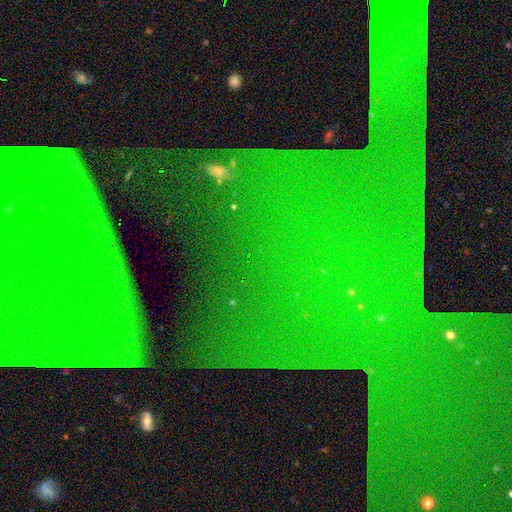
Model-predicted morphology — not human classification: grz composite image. It shows a star or artifact, not a galaxy (79%).